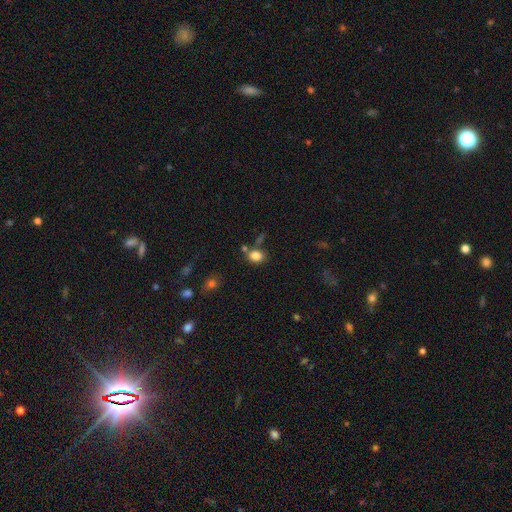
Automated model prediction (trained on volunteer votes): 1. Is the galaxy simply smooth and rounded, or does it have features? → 82% smooth, 11% star or artifact, 7% featured or disk.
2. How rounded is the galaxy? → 54% in between, 45% round, 1% cigar-shaped.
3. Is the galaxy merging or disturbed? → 65% none, 15% merger, 15% minor disturbance, 5% major disturbance.